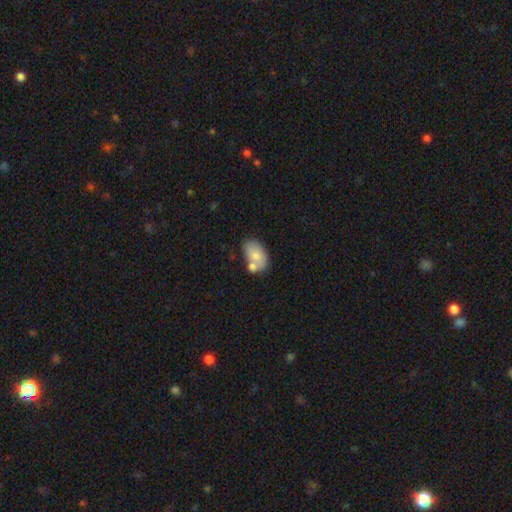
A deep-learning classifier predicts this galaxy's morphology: The model was most divided on "merging": none: 46%, merger: 29%, minor disturbance: 19%, major disturbance: 5%. More confident: how rounded — in between (90%); smooth or featured — smooth (74%).